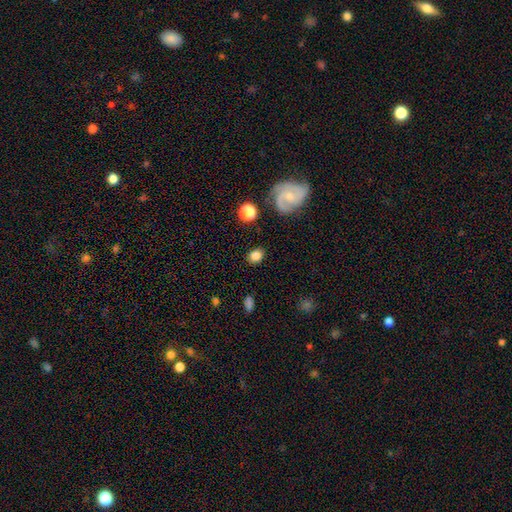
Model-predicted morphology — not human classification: This appears to be a smooth galaxy with no disk features (79%) that is round (50%). Merging: none (85%).